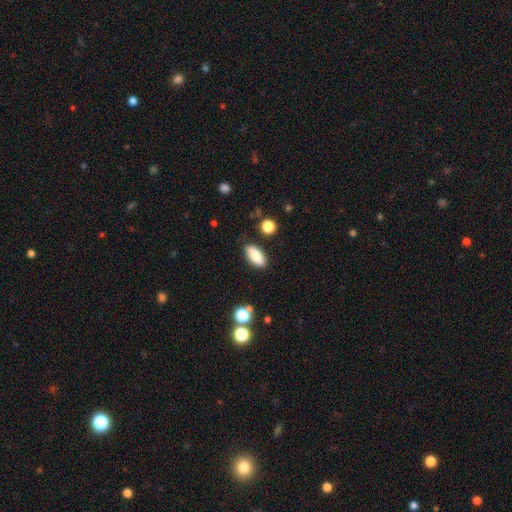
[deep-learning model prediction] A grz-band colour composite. It shows a smooth galaxy with no disk features (84%) that is in between round and cigar-shaped (85%). Merging: none (86%).